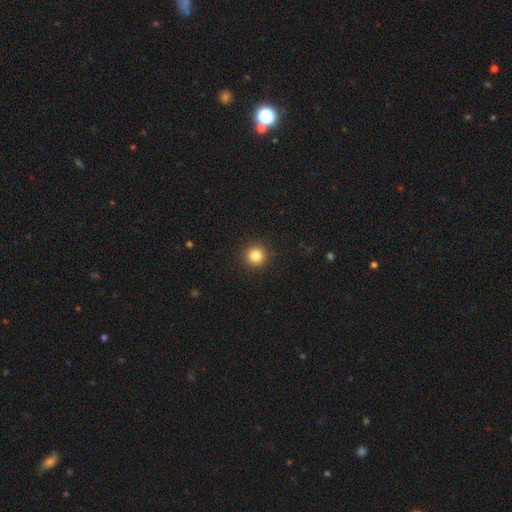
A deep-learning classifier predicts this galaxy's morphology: This appears to be a smooth galaxy with no disk features (84%) that is round (95%). Merging: none (93%).